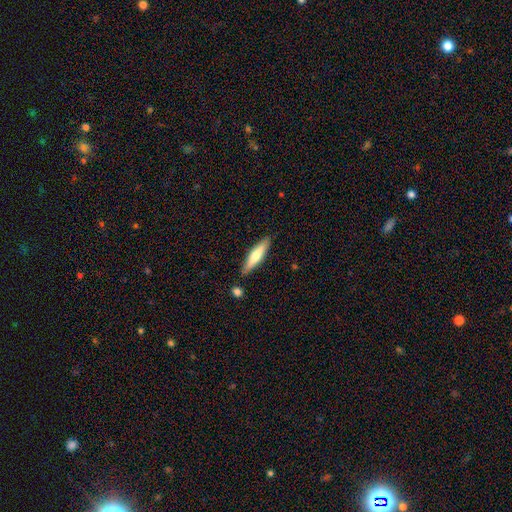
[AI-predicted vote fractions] Q: Smooth or featured?
A: smooth (62%); runner-up: featured or disk (33%)
Q: How rounded?
A: cigar-shaped (80%); runner-up: in between (18%)
Q: Merging?
A: none (85%); runner-up: minor disturbance (10%)